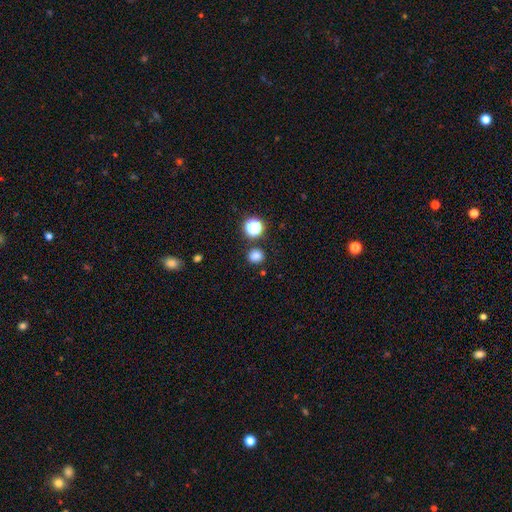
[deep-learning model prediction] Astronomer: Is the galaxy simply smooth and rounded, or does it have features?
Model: smooth — 79%.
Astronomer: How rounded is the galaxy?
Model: round — 83%.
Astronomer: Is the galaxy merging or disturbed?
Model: none — 85%.